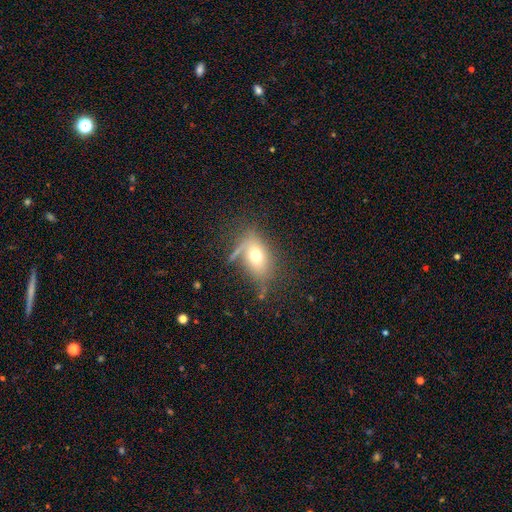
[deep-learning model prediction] smooth 64%, featured or disk 24%, star or artifact 12%. Down the decision tree: how rounded — in between (76%); merging — none (58%).